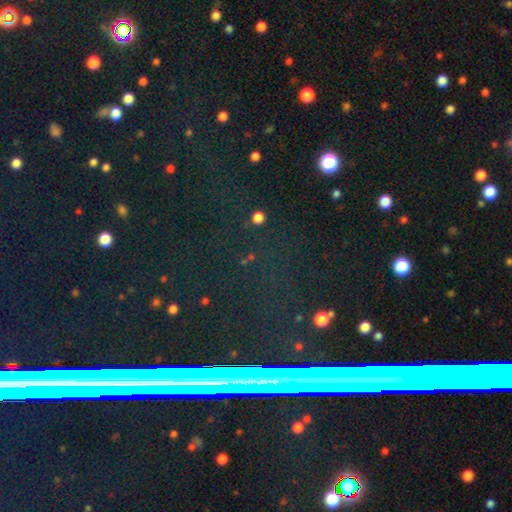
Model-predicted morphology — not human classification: star or artifact 74%, smooth 14%, featured or disk 12%.